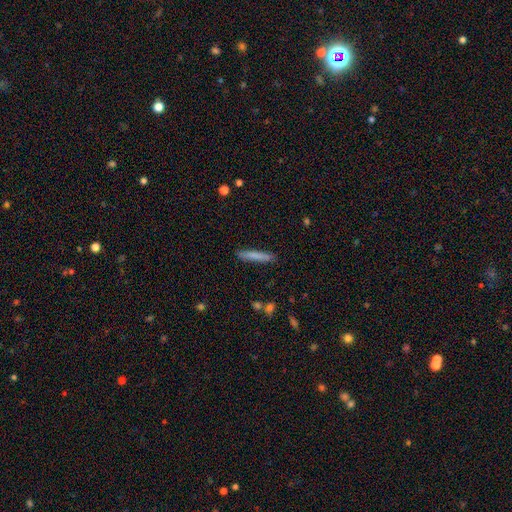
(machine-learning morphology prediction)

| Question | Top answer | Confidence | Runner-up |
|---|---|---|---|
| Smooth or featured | smooth | 79% | featured or disk (15%) |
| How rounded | cigar-shaped | 94% | in between (5%) |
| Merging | none | 88% | minor disturbance (8%) |